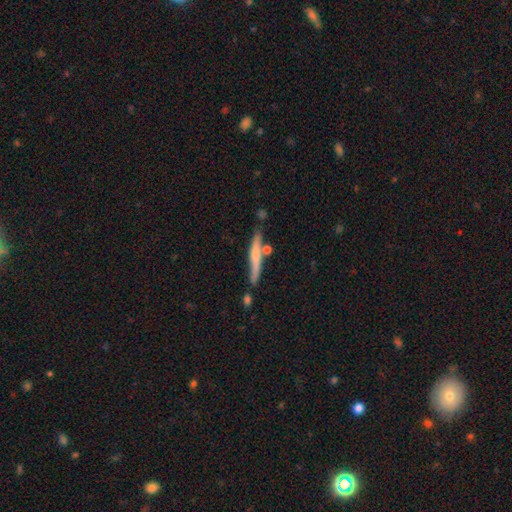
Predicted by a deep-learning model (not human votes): Smooth or featured? smooth (52%)
How rounded? cigar-shaped (93%)
Merging? none (69%)